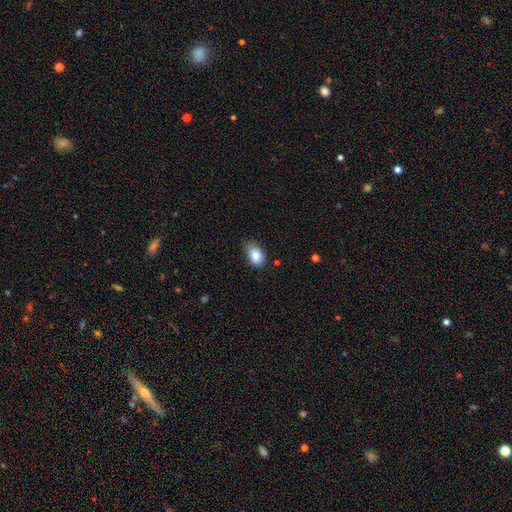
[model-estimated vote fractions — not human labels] smooth 85%, star or artifact 8%, featured or disk 7%. Down the decision tree: how rounded — in between (87%); merging — none (62%).